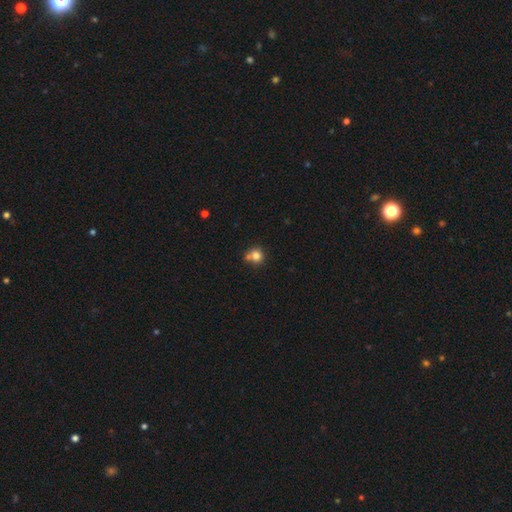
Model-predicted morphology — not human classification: The model was most divided on "merging": none: 56%, merger: 23%, minor disturbance: 16%, major disturbance: 5%. More confident: how rounded — round (87%); smooth or featured — smooth (80%).